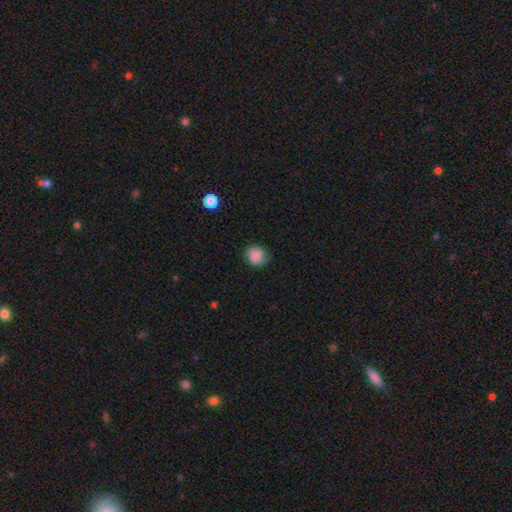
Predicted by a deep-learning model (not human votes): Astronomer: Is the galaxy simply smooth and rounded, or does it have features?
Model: smooth — 86%.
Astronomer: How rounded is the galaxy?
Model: round — 81%.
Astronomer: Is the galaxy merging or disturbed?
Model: none — 85%.